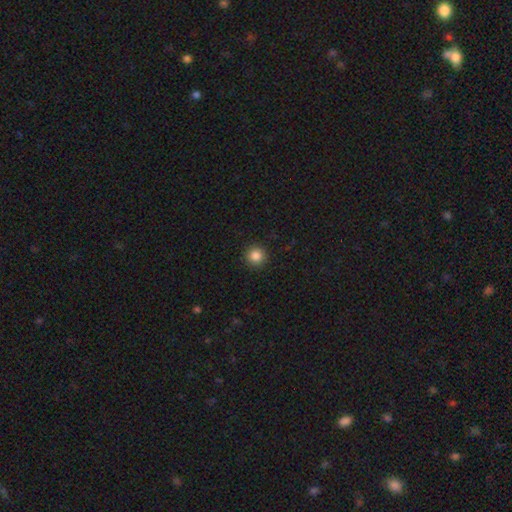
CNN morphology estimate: Q: Smooth or featured?
A: smooth (86%); runner-up: star or artifact (11%)
Q: How rounded?
A: round (95%); runner-up: in between (4%)
Q: Merging?
A: none (93%); runner-up: minor disturbance (5%)